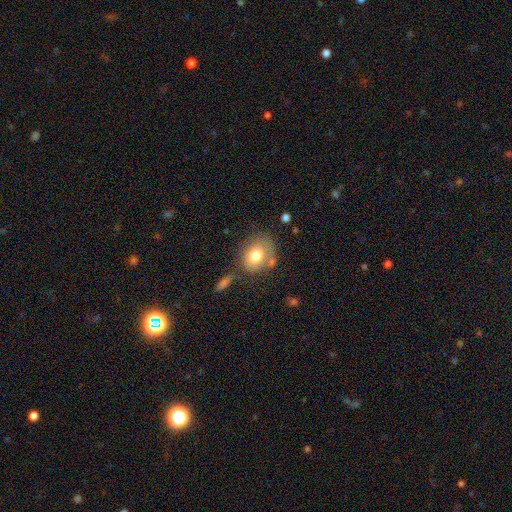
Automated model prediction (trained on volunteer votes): Smooth or featured? Predicted: smooth (p=0.74). How rounded? Predicted: in between (p=0.53). Merging? Predicted: none (p=0.60).